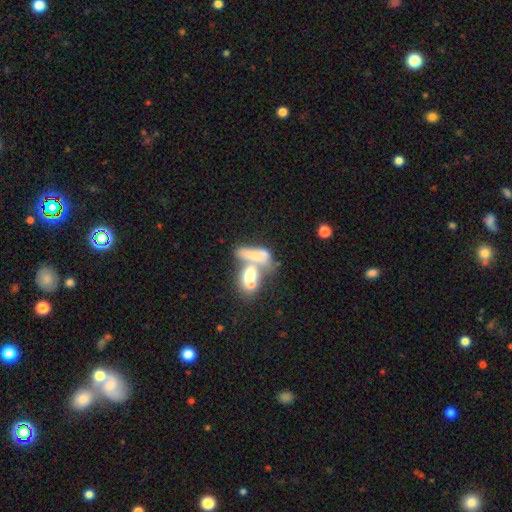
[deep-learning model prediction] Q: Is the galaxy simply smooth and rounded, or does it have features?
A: smooth — 57%.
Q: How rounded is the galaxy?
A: in between — 69%.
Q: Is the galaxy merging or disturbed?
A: merger — 67%.